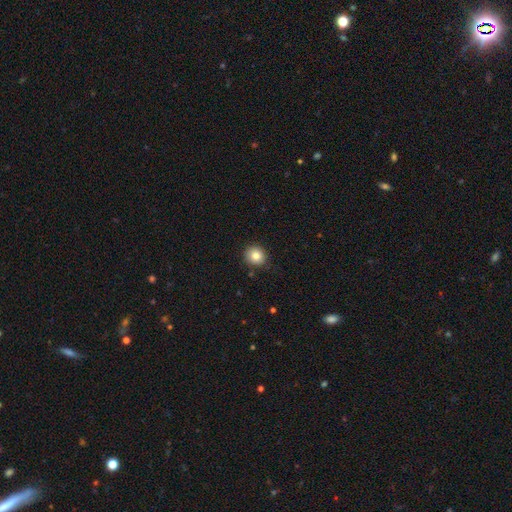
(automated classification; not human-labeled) Overall: smooth (84%). How rounded: round (88%). Merging: none (86%).